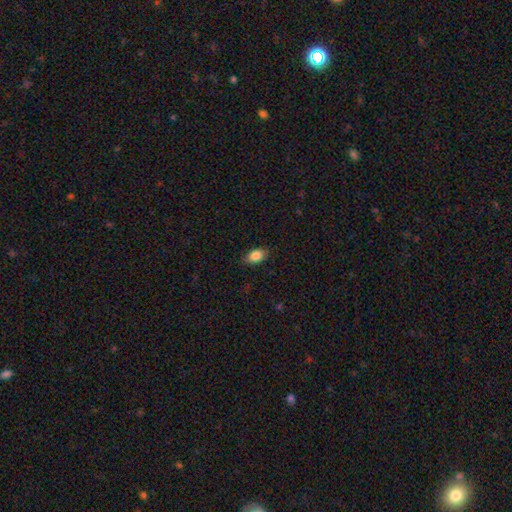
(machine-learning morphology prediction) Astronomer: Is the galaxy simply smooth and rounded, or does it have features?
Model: smooth — 84%.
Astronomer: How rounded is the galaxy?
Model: in between — 86%.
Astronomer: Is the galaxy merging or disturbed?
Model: none — 84%.